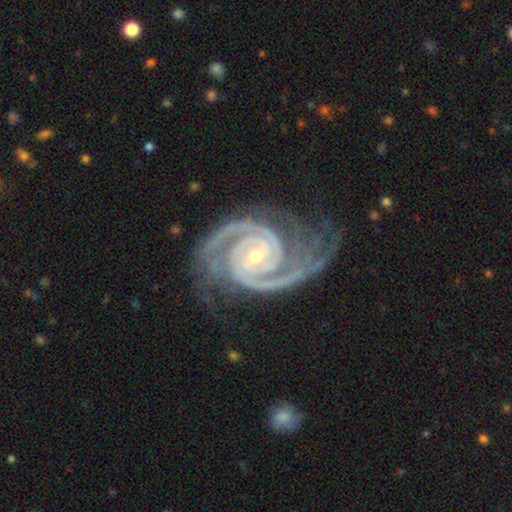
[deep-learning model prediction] Smooth or featured? Predicted: featured or disk (p=0.94). Edge-on disk? Predicted: no (p=0.98). Bar? Predicted: no (p=0.51). Spiral arms? Predicted: yes (p=0.99). Spiral winding? Predicted: tight (p=0.69). Spiral arm count? Predicted: 2 (p=0.61). Bulge size? Predicted: small (p=0.55). Merging? Predicted: none (p=0.65).